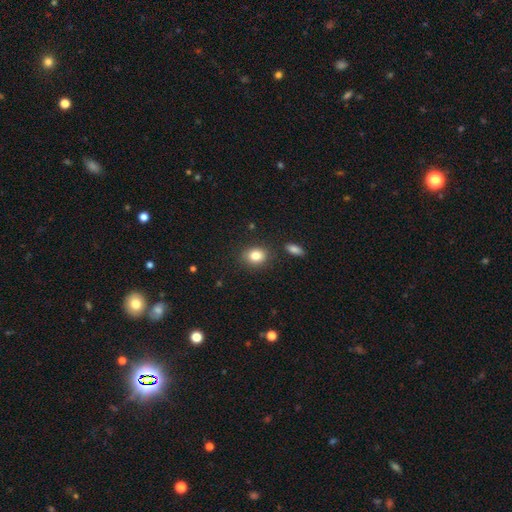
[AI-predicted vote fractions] Smooth or featured: smooth — 83% (star or artifact — 9%)
How rounded: in between — 50% (round — 49%)
Merging: none — 84% (minor disturbance — 10%)